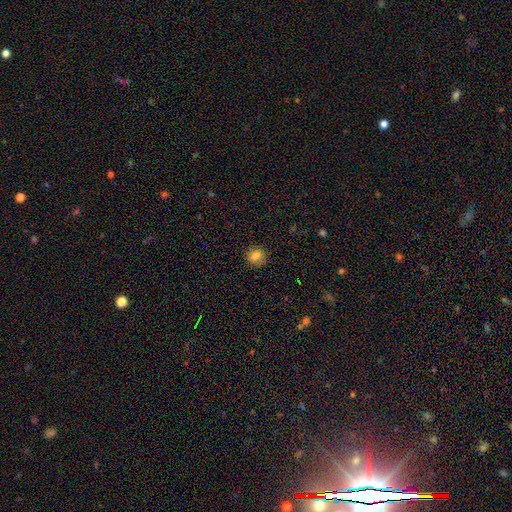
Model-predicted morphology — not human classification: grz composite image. It shows a smooth galaxy with no disk features (81%) that is round (83%). Merging: none (88%).